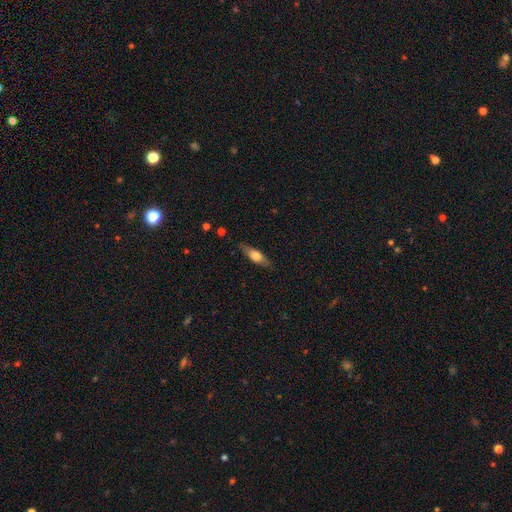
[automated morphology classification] Overall: smooth (56%; featured or disk 38%). How rounded: cigar-shaped (50%; in between 47%). Merging: none (82%).